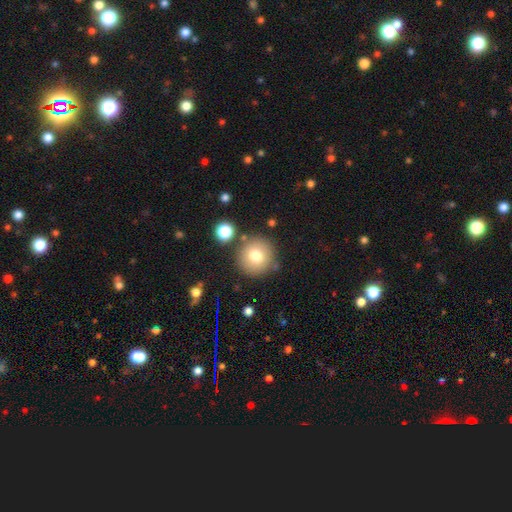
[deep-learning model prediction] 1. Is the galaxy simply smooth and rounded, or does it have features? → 76% smooth, 13% featured or disk, 11% star or artifact.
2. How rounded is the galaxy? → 95% round, 4% in between, 1% cigar-shaped.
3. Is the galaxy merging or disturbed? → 82% none, 9% minor disturbance, 6% merger, 3% major disturbance.